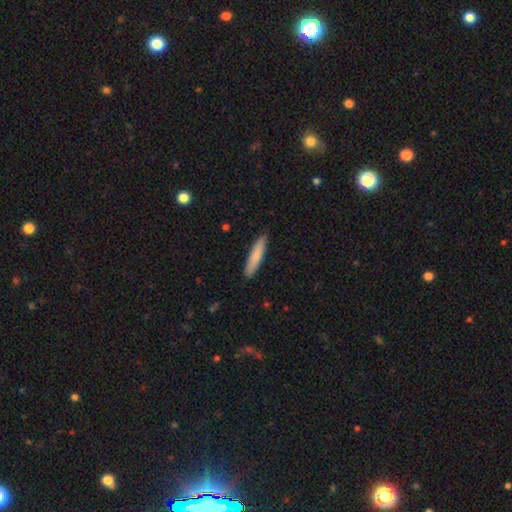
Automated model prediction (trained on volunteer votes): A smooth galaxy with no disk features (80%) that is cigar-shaped (86%). Merging: none (90%).